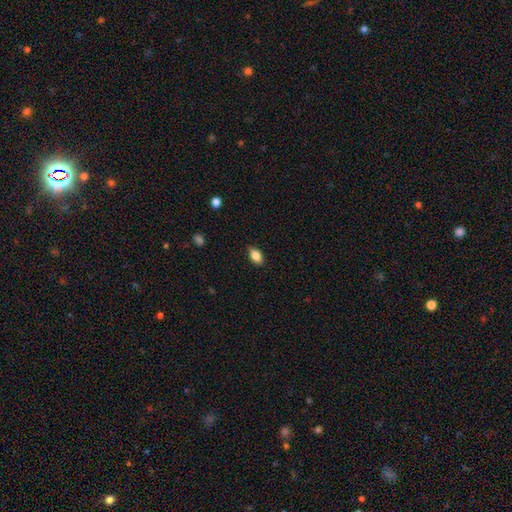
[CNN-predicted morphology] Overall: smooth (85%). How rounded: in between (89%). Merging: none (86%).